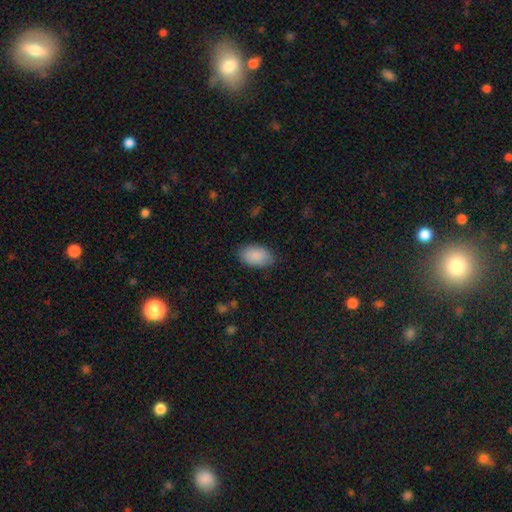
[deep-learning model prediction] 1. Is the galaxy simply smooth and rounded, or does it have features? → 90% smooth, 6% star or artifact, 4% featured or disk.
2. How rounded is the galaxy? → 94% in between, 5% round, 1% cigar-shaped.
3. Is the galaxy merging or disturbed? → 83% none, 13% minor disturbance, 3% major disturbance, 1% merger.